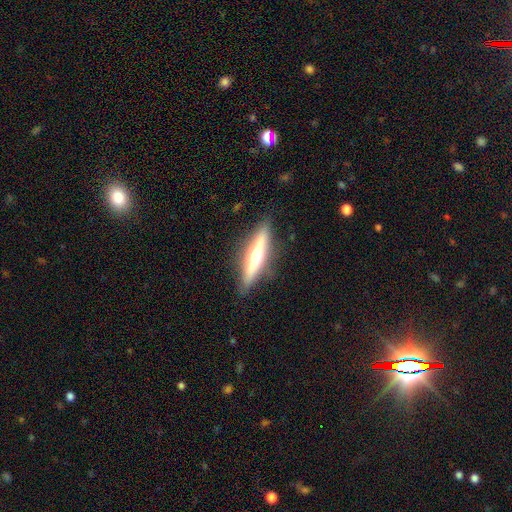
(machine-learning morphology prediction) type=featured or disk (58%); edge-on=yes (93%); edge-on bulge=rounded (90%); merging=none (87%).